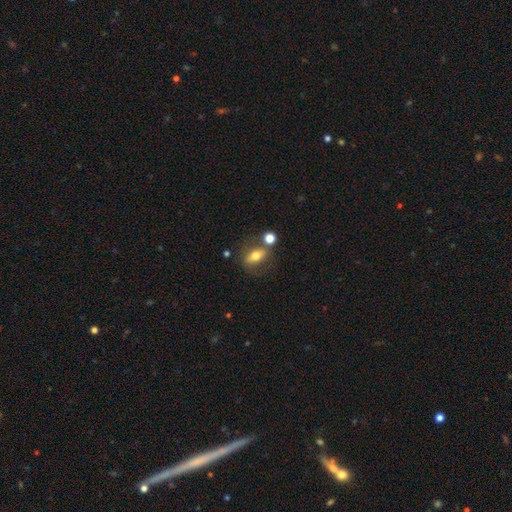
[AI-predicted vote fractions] A smooth galaxy with no disk features (60%) that is in between round and cigar-shaped (72%).

Vote fractions:
- Smooth or featured? smooth: 60% / featured or disk: 30% / star or artifact: 10%
- How rounded? in between: 72% / round: 16% / cigar-shaped: 11%
- Merging? none: 56% / merger: 20% / minor disturbance: 15% / major disturbance: 8%